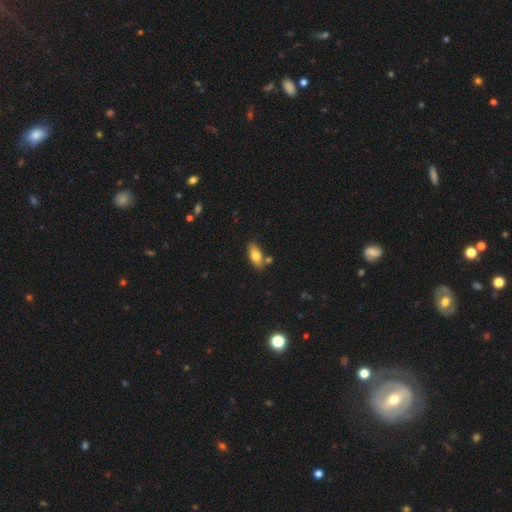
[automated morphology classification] Overall: smooth (77%). How rounded: in between (87%). Merging: none (74%).